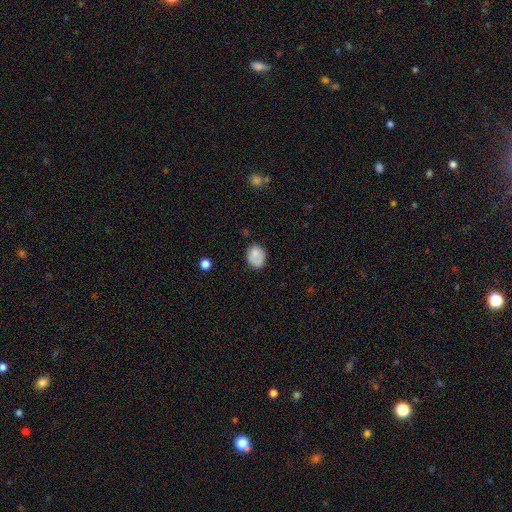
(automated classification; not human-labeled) This appears to be a smooth galaxy with no disk features (80%) that is in between round and cigar-shaped (56%). Merging: none (64%).